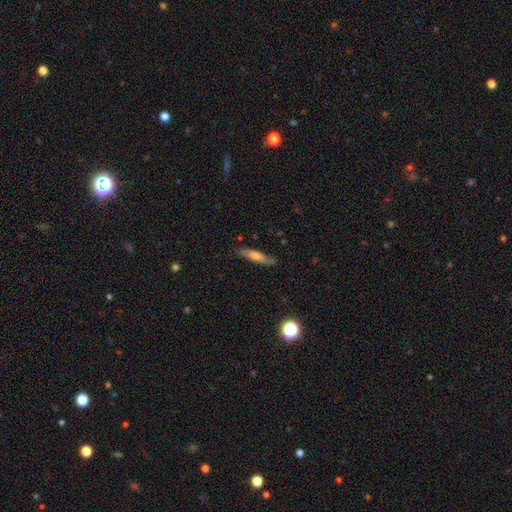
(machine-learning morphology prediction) Smooth or featured? smooth (58%)
How rounded? cigar-shaped (86%)
Merging? none (83%)